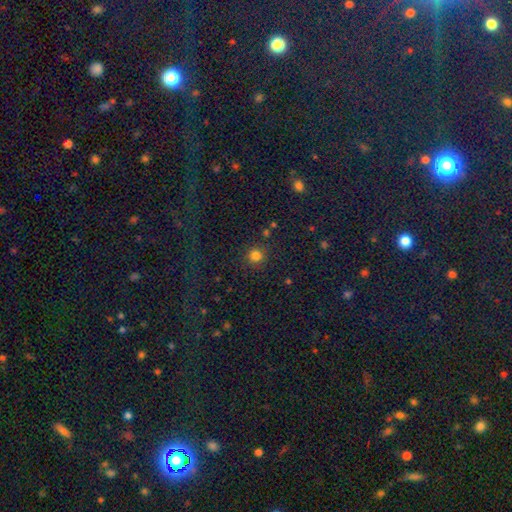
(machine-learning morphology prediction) A smooth galaxy with no disk features (80%) that is round (92%). Merging: none (86%).